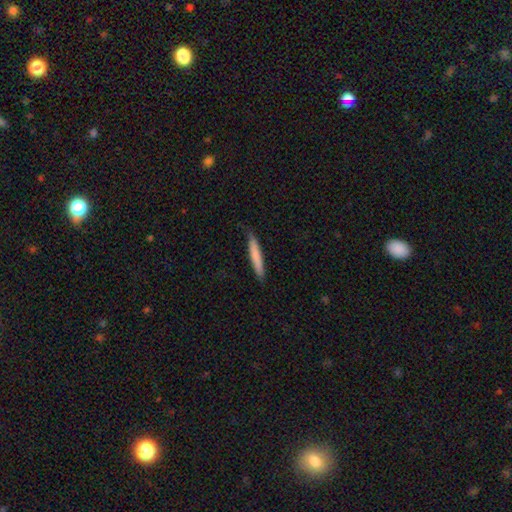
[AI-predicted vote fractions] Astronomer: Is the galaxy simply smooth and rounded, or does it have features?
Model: smooth — 76%.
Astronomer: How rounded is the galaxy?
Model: cigar-shaped — 95%.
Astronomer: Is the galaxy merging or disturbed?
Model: none — 83%.